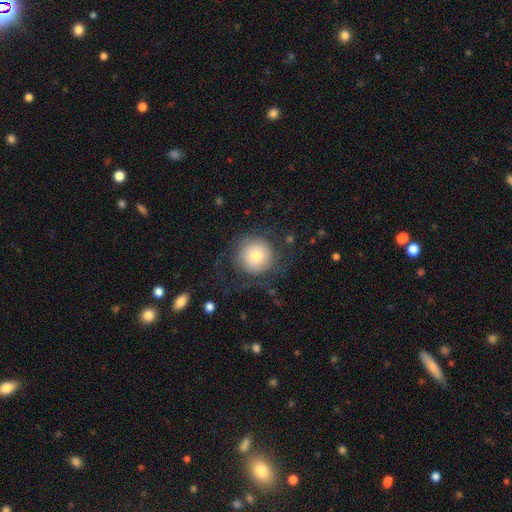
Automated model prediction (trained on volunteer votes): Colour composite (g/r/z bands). It shows a smooth galaxy with no disk features (56%) that is round (93%). Merging: none (68%).